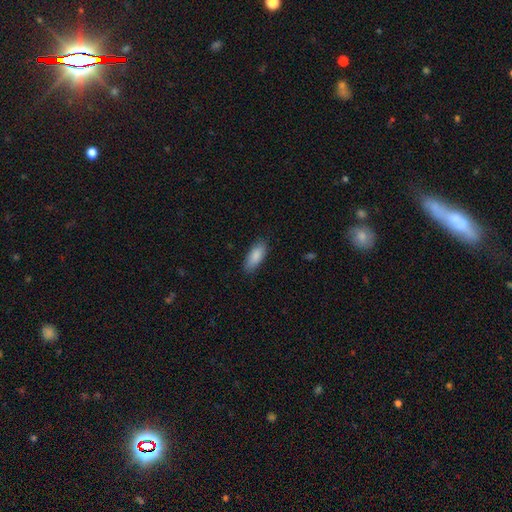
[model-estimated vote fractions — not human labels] The model was most divided on "how rounded": in between: 78%, cigar-shaped: 20%, round: 2%. More confident: smooth or featured — smooth (88%); merging — none (84%).